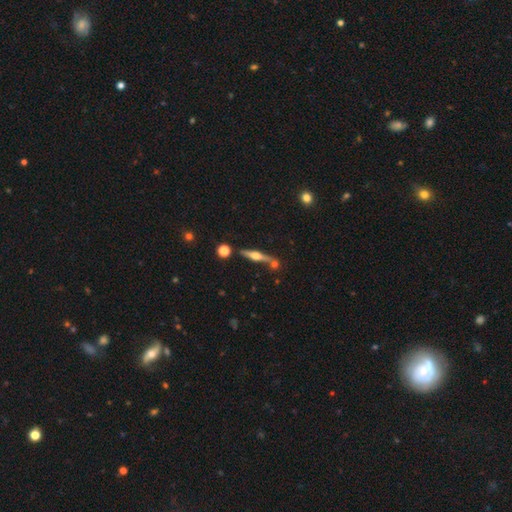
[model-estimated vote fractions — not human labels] Morphology: type=featured or disk (70%); edge-on=yes (96%); edge-on bulge=rounded (93%); merging=none (72%).